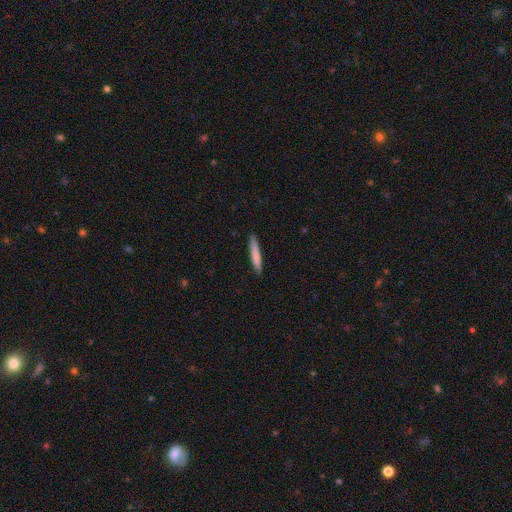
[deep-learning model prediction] A smooth galaxy with no disk features (79%) that is cigar-shaped (94%). Merging: none (90%).